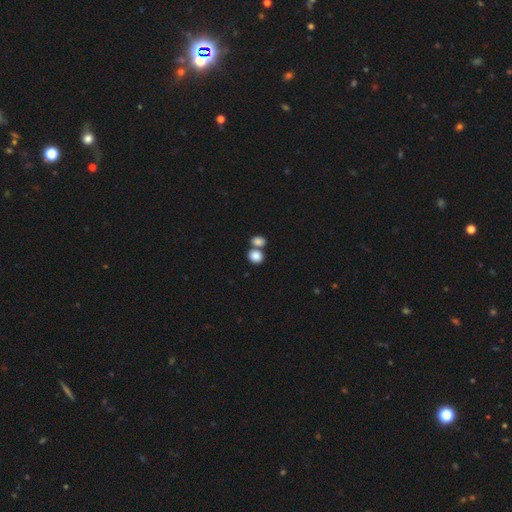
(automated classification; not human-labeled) Smooth or featured? Predicted: smooth (p=0.85). How rounded? Predicted: round (p=0.65). Merging? Predicted: merger (p=0.45).